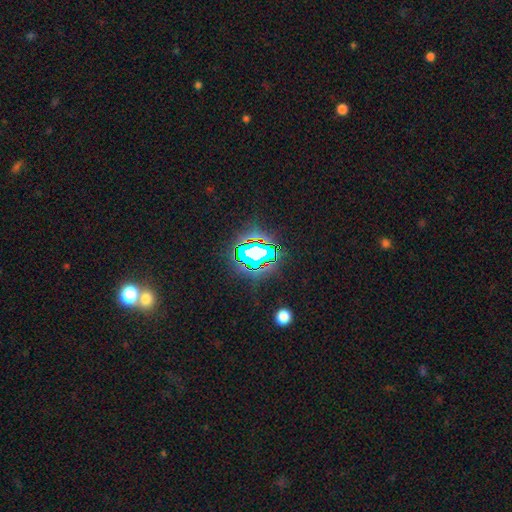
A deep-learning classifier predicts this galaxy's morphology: Smooth or featured? Predicted: star or artifact (p=0.71).